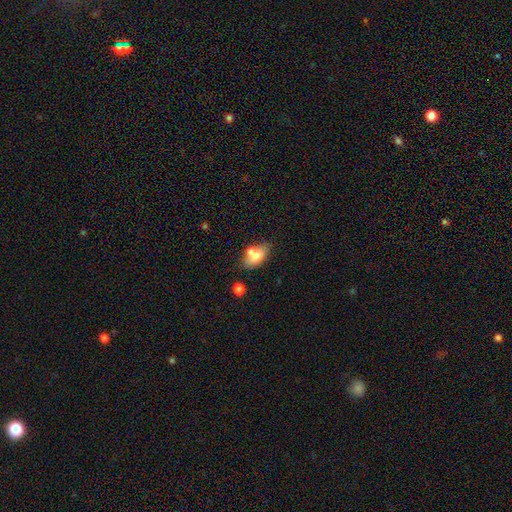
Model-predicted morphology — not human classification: The model was most divided on "merging": none: 44%, merger: 29%, minor disturbance: 19%, major disturbance: 7%. More confident: how rounded — in between (86%); smooth or featured — smooth (70%).